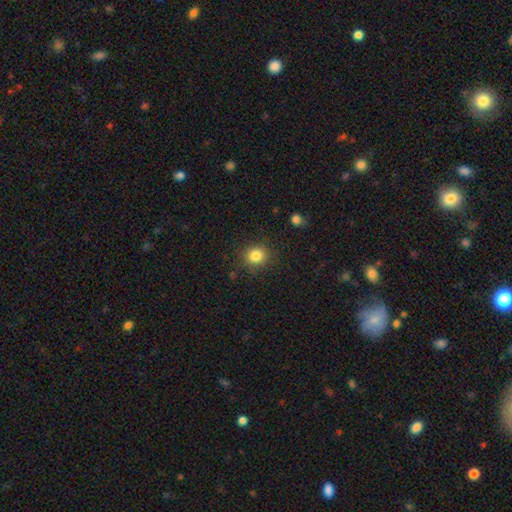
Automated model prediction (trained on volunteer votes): Smooth or featured? Predicted: smooth (p=0.83). How rounded? Predicted: round (p=0.84). Merging? Predicted: none (p=0.88).